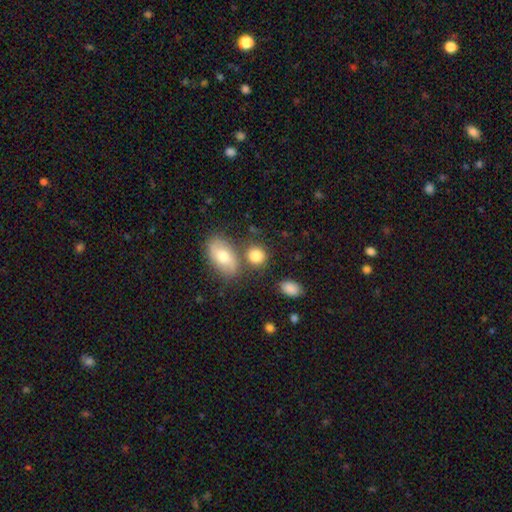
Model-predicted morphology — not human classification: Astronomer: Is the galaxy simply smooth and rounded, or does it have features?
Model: smooth — 82%.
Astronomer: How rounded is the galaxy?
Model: round — 64%.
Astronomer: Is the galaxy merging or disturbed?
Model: none — 66%.